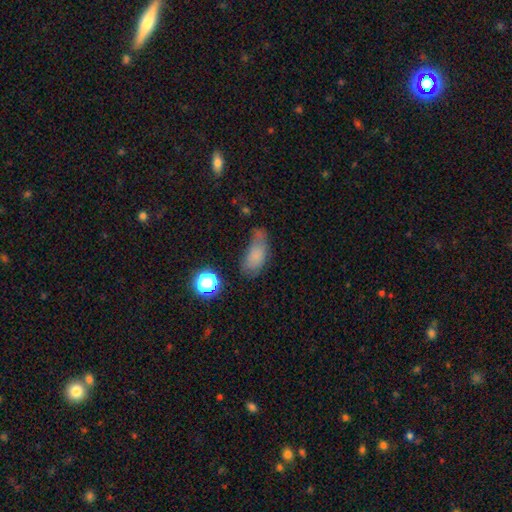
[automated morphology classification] A smooth galaxy with no disk features (71%) that is in between round and cigar-shaped (85%).

Vote fractions:
- Smooth or featured? smooth: 71% / featured or disk: 15% / star or artifact: 14%
- How rounded? in between: 85% / round: 9% / cigar-shaped: 6%
- Merging? none: 36% / minor disturbance: 33% / major disturbance: 24% / merger: 7%